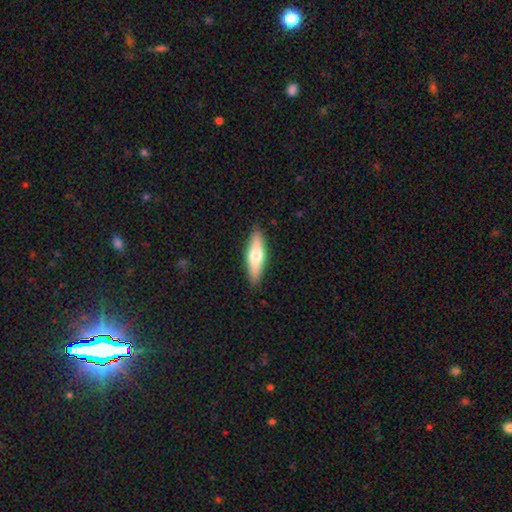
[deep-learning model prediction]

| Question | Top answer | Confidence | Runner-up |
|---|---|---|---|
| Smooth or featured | smooth | 60% | featured or disk (34%) |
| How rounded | cigar-shaped | 60% | in between (38%) |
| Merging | none | 88% | minor disturbance (9%) |